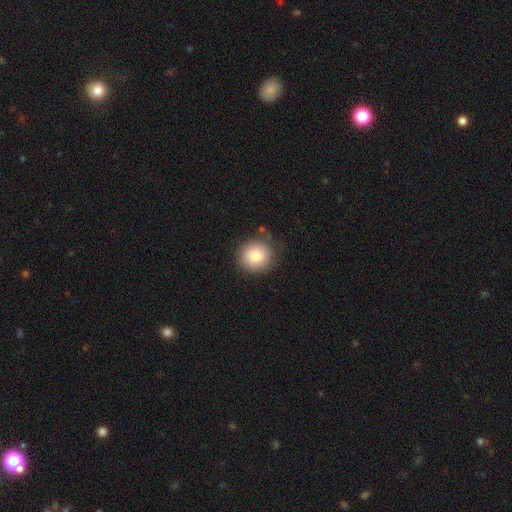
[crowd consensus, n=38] This is likely a smooth galaxy (79%). How rounded: clearly round (93%). Merging: clearly none (86%).